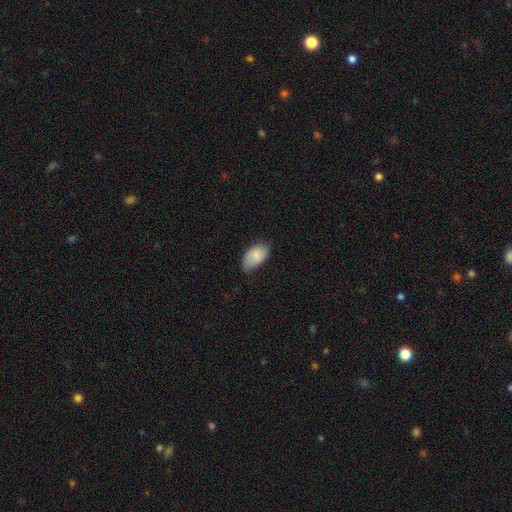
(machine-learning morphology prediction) smooth_or_featured: smooth (p=0.83) [alt: featured or disk p=0.11]
how_rounded: in between (p=0.94) [alt: round p=0.04]
merging: none (p=0.64) [alt: minor disturbance p=0.30]